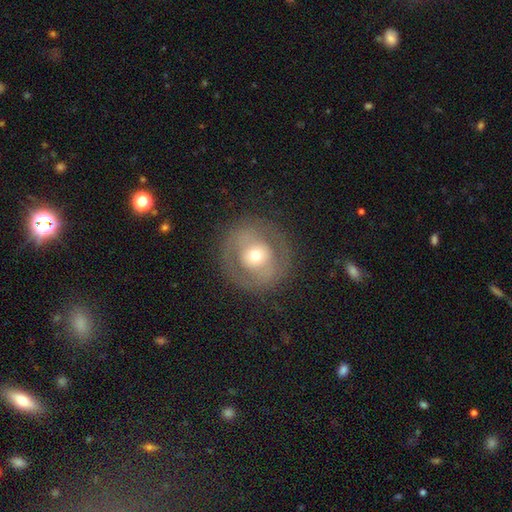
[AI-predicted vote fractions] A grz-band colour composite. It shows a featured or disk galaxy (48%). Merging: none (80%).